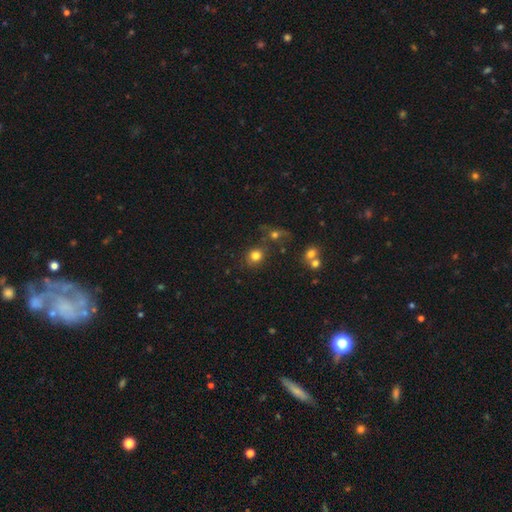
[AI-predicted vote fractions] This appears to be a smooth galaxy with no disk features (79%) that is round (81%). Merging: none (74%).